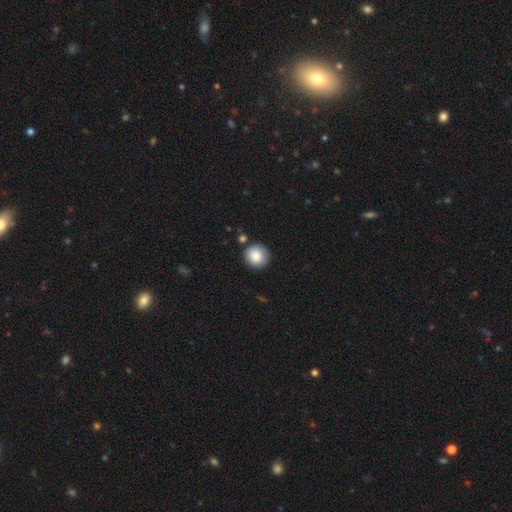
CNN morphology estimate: Smooth or featured?
  - smooth: 86% *
  - star or artifact: 8%
  - featured or disk: 6%
How rounded?
  - round: 93% *
  - in between: 7%
  - cigar-shaped: 1%
Merging?
  - none: 83% *
  - minor disturbance: 11%
  - merger: 4%
  - major disturbance: 2%